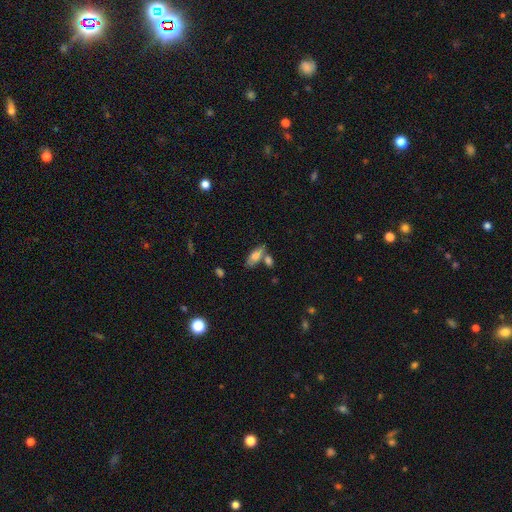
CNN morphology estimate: This is likely a smooth galaxy (73%). How rounded: likely in between (72%). Merging: possibly none (59%).